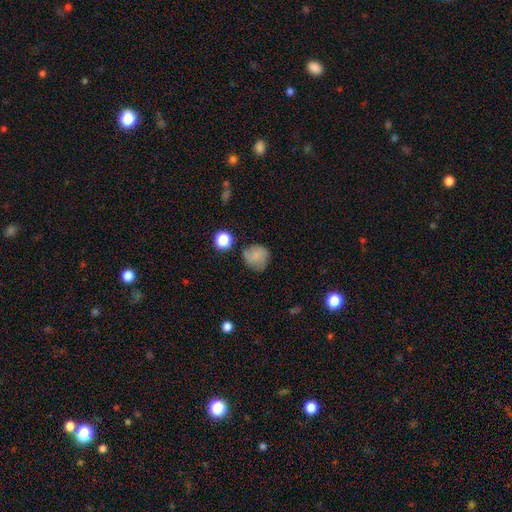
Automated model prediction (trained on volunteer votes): Smooth or featured?
  - smooth: 71% *
  - featured or disk: 16%
  - star or artifact: 12%
How rounded?
  - round: 85% *
  - in between: 14%
  - cigar-shaped: 1%
Merging?
  - none: 68% *
  - minor disturbance: 21%
  - major disturbance: 8%
  - merger: 3%